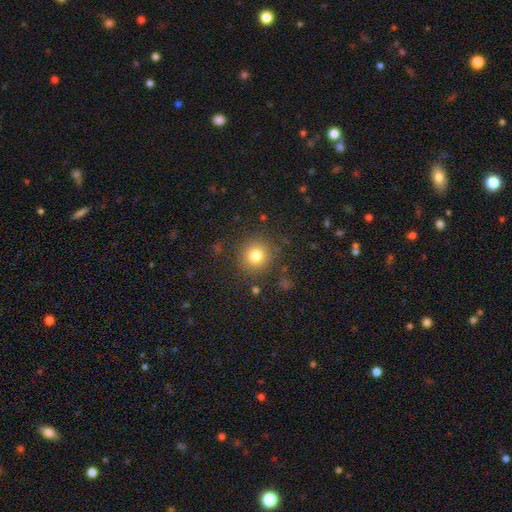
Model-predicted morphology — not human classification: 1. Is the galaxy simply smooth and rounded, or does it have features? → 78% smooth, 13% star or artifact, 8% featured or disk.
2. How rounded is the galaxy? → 92% round, 7% in between, 1% cigar-shaped.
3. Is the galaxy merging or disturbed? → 87% none, 8% minor disturbance, 3% major disturbance, 2% merger.